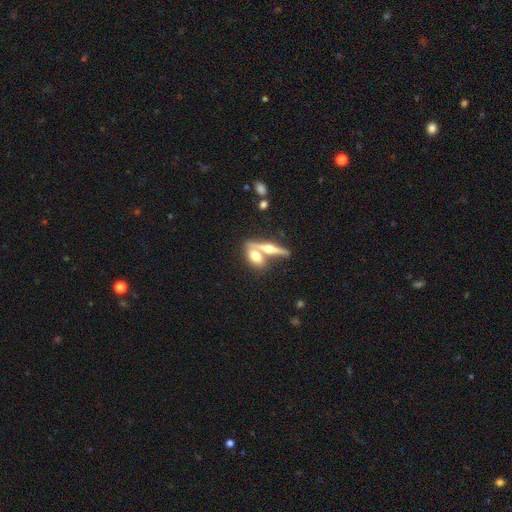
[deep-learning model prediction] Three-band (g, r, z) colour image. It shows a smooth galaxy with no disk features (47%). Merging: merger (48%).